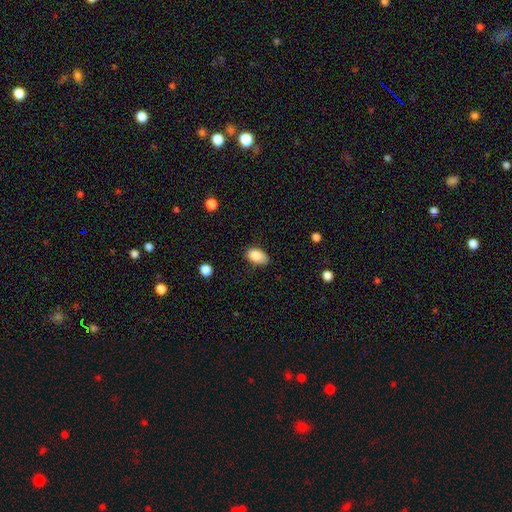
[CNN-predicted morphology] smooth_or_featured: smooth (p=0.85) [alt: star or artifact p=0.08]
how_rounded: in between (p=0.89) [alt: round p=0.09]
merging: none (p=0.75) [alt: minor disturbance p=0.20]